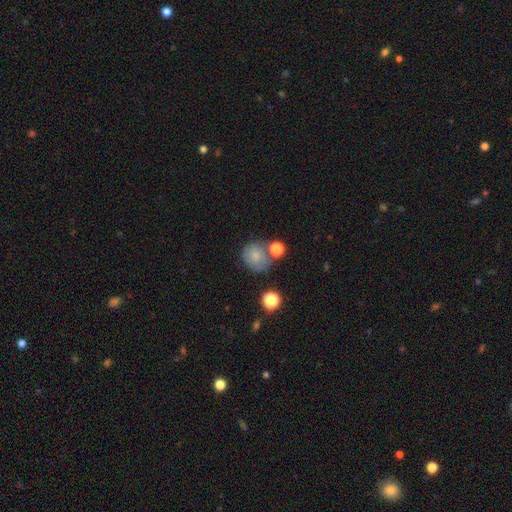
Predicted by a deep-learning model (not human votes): Smooth or featured: smooth — 67% (featured or disk — 22%)
How rounded: round — 79% (in between — 21%)
Merging: none — 53% (minor disturbance — 21%)